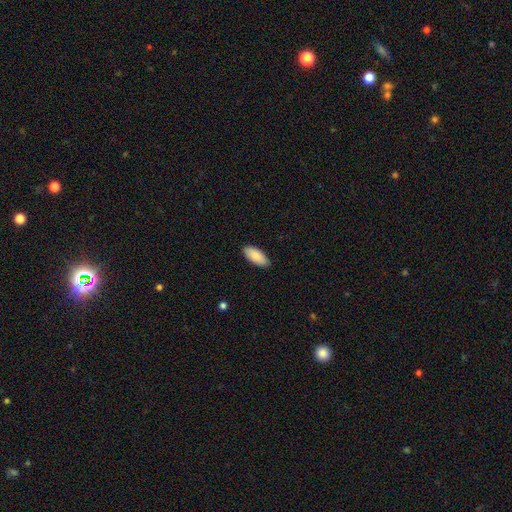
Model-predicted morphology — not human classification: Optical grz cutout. It shows a smooth galaxy with no disk features (86%) that is in between round and cigar-shaped (90%). Merging: none (88%).